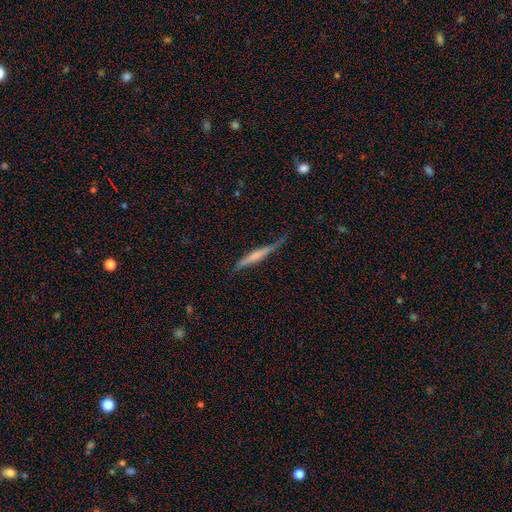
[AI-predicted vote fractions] This appears to be a smooth galaxy with no disk features (49%). Merging: none (62%).